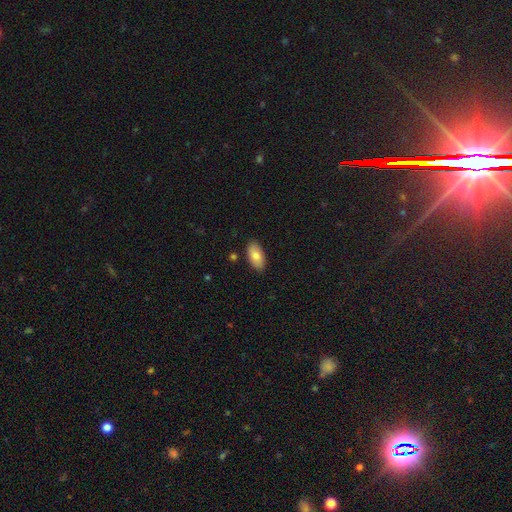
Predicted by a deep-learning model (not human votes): A smooth galaxy with no disk features (81%) that is in between round and cigar-shaped (93%).

Vote fractions:
- Smooth or featured? smooth: 81% / featured or disk: 12% / star or artifact: 6%
- How rounded? in between: 93% / cigar-shaped: 4% / round: 3%
- Merging? none: 87% / minor disturbance: 9% / major disturbance: 2% / merger: 2%